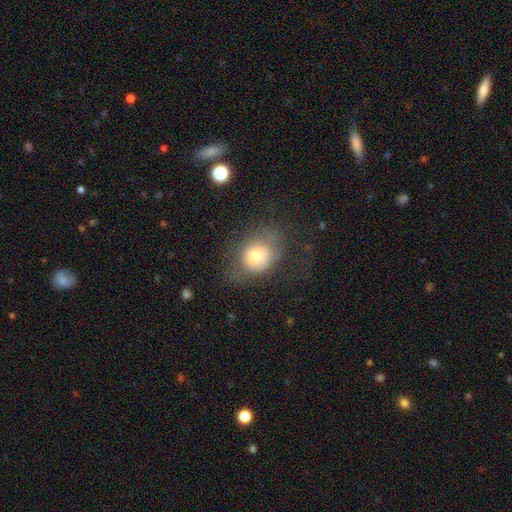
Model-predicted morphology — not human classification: This is likely a smooth galaxy (73%). How rounded: possibly round (53%). Merging: marginally none (44%).